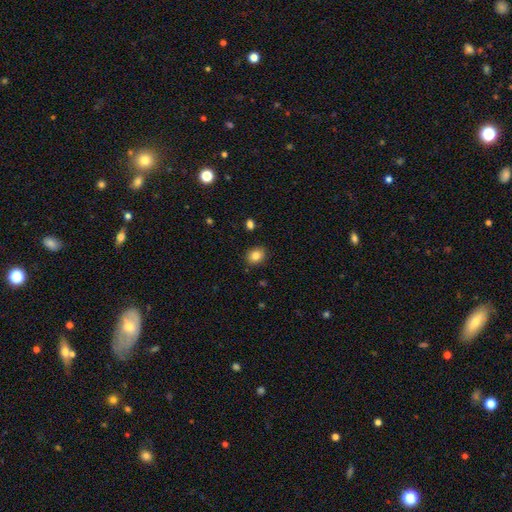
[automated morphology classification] Smooth or featured?
  - smooth: 84% *
  - star or artifact: 10%
  - featured or disk: 7%
How rounded?
  - in between: 50% * (tied)
  - round: 50% * (tied)
  - cigar-shaped: 1%
Merging?
  - none: 88% *
  - minor disturbance: 9%
  - major disturbance: 2%
  - merger: 2%